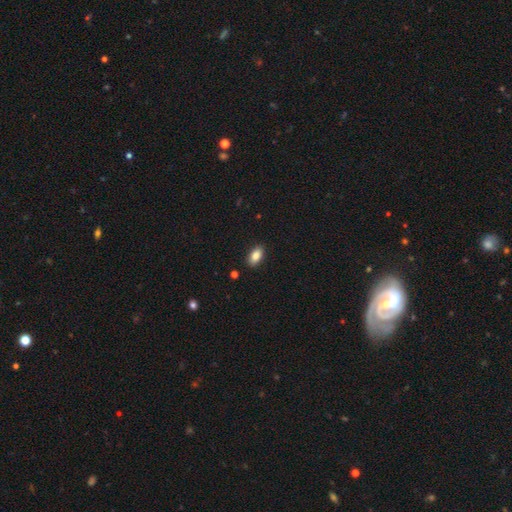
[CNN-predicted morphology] Overall: smooth (86%). How rounded: in between (91%). Merging: none (88%).